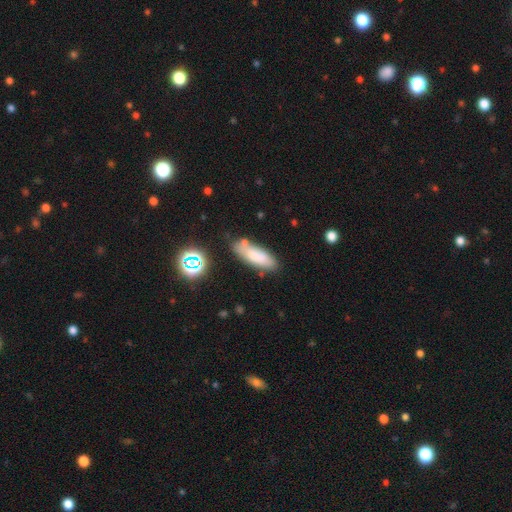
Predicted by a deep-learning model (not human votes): Smooth or featured?
  - smooth: 71% *
  - featured or disk: 20%
  - star or artifact: 10%
How rounded?
  - in between: 62% *
  - cigar-shaped: 36%
  - round: 2%
Merging?
  - none: 68% *
  - minor disturbance: 18%
  - merger: 9%
  - major disturbance: 5%